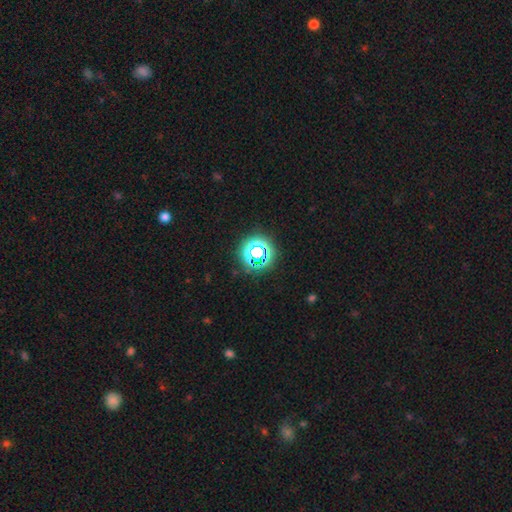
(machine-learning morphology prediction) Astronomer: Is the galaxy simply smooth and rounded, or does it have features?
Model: star or artifact — 67%.